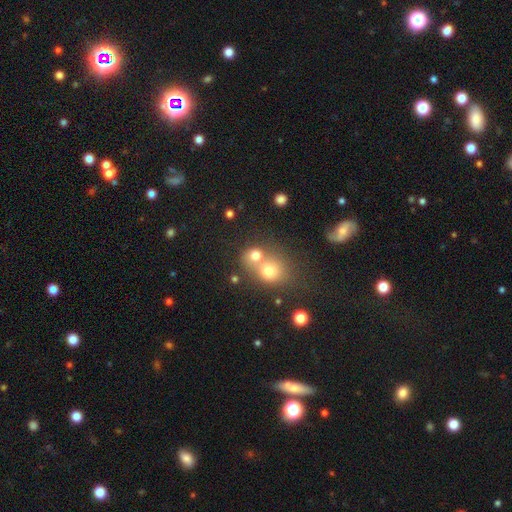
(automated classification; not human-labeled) Smooth or featured? Predicted: smooth (p=0.72). How rounded? Predicted: round (p=0.75). Merging? Predicted: merger (p=0.59).